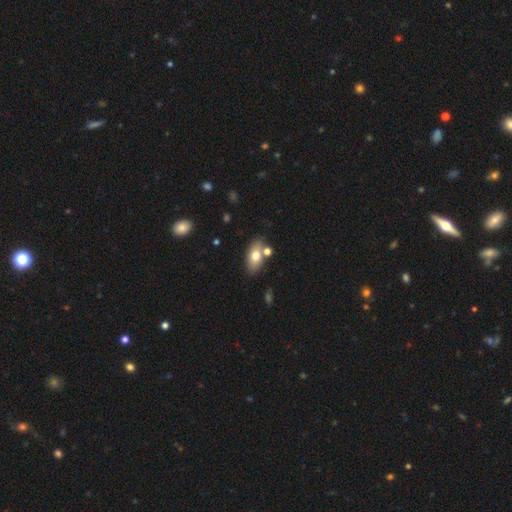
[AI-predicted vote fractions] This is likely a smooth galaxy (72%). How rounded: clearly in between (89%). Merging: likely none (71%).